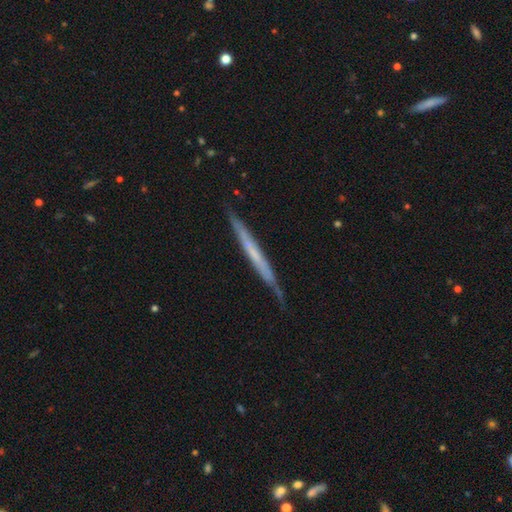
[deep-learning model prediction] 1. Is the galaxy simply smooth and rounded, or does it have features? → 58% featured or disk, 36% smooth, 6% star or artifact.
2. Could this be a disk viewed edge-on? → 94% yes, 6% no.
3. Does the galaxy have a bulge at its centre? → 84% none, 11% rounded, 5% boxy.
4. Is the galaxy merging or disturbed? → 80% none, 16% minor disturbance, 2% major disturbance, 2% merger.